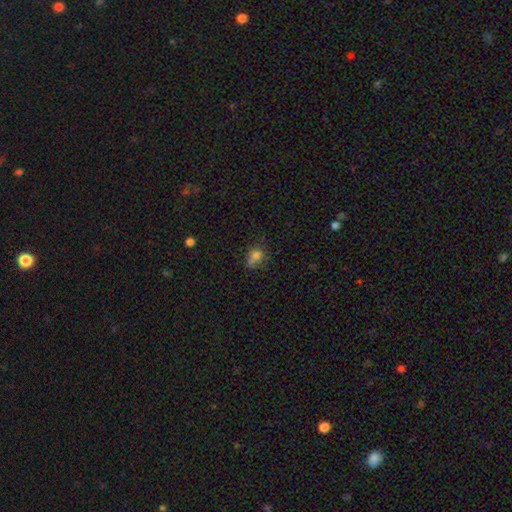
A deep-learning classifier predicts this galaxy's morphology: Smooth or featured: smooth — 73% (star or artifact — 15%)
How rounded: round — 57% (in between — 42%)
Merging: none — 41% (minor disturbance — 23%)